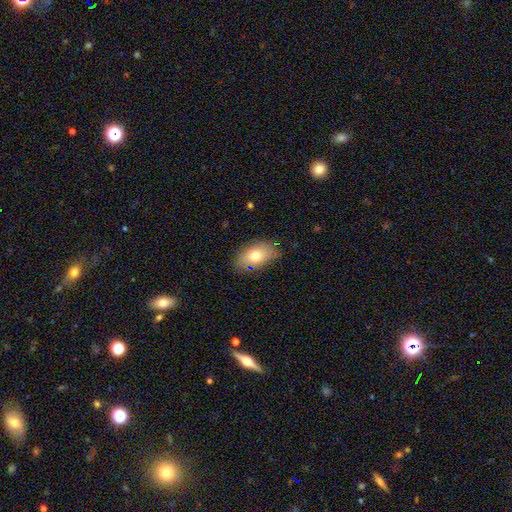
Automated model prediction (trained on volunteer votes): Overall: smooth (74%). How rounded: in between (90%). Merging: none (80%).